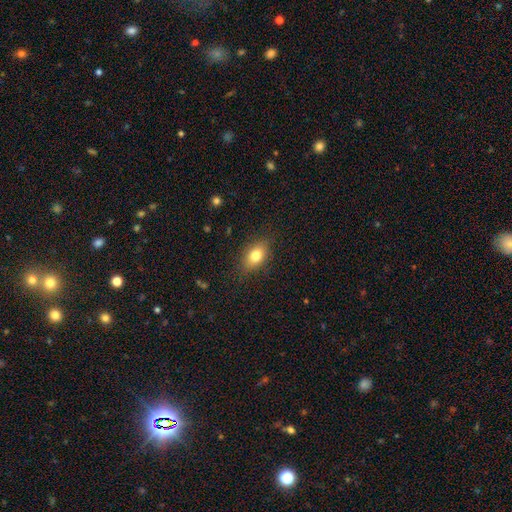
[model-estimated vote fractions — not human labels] This appears to be a smooth galaxy with no disk features (79%) that is in between round and cigar-shaped (81%). Merging: none (84%).